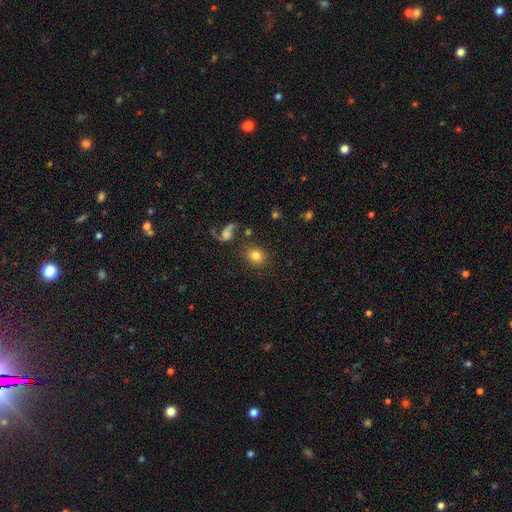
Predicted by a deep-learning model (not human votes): Smooth or featured: smooth — 79% (featured or disk — 11%)
How rounded: round — 63% (in between — 36%)
Merging: none — 80% (minor disturbance — 10%)